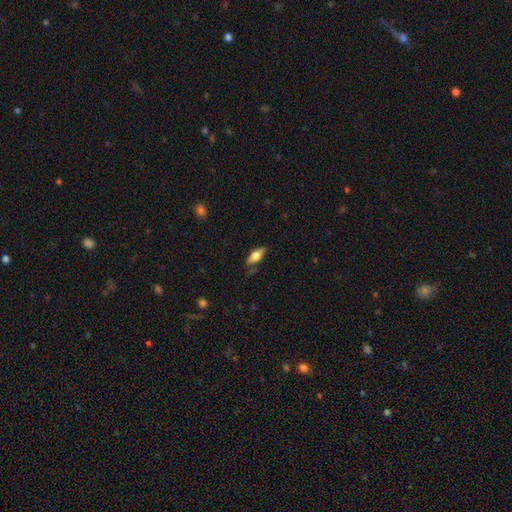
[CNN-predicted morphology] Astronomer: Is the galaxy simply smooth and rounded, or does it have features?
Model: smooth — 57% (runner-up: featured or disk, 36%).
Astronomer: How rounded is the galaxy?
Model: in between — 67%.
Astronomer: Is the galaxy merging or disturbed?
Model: none — 76%.